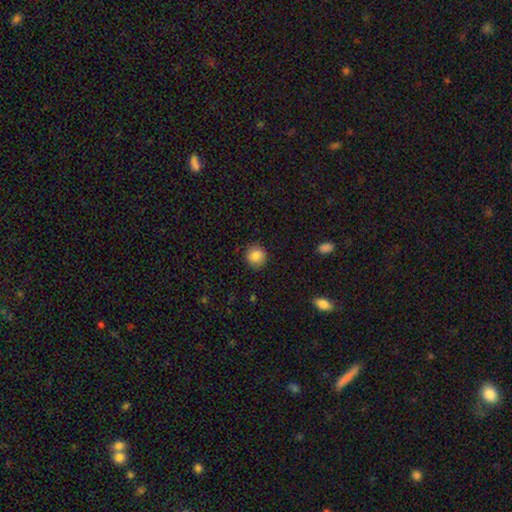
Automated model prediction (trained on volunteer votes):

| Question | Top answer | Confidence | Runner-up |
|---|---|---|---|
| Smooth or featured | smooth | 86% | star or artifact (9%) |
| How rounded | round | 92% | in between (7%) |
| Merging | none | 89% | minor disturbance (8%) |